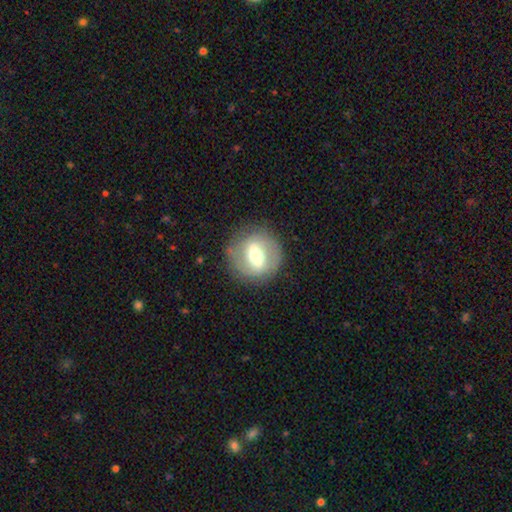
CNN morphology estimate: Smooth or featured? featured or disk (58%)
Edge-on disk? no (90%)
Bar? strong (47%)
Spiral arms? yes (50%, tied with no)
Bulge size? moderate (68%)
Merging? none (82%)